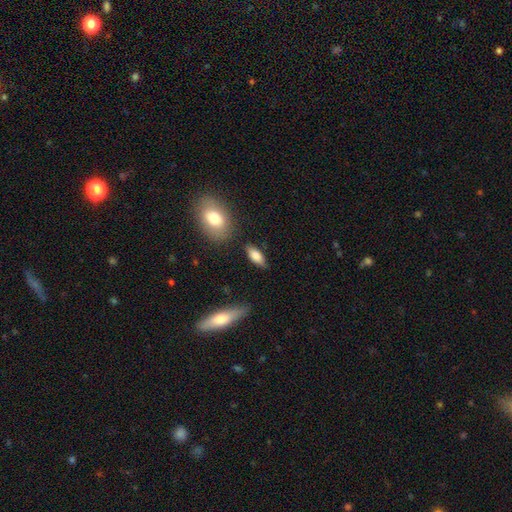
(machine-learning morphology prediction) smooth 79%, featured or disk 14%, star or artifact 7%. Down the decision tree: how rounded — in between (79%); merging — none (78%).